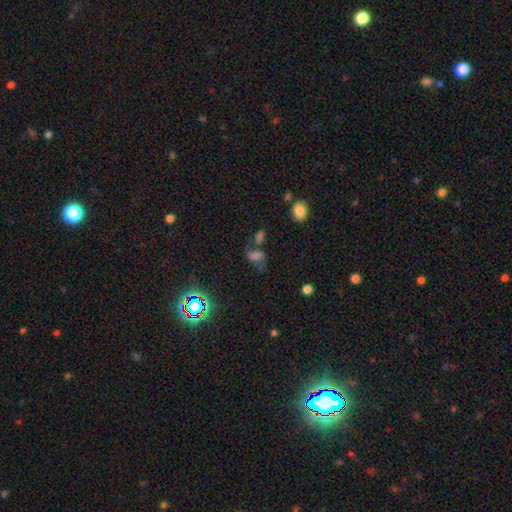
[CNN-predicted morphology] A smooth galaxy with no disk features (51%) that is in between round and cigar-shaped (77%). Merging: none (34%).